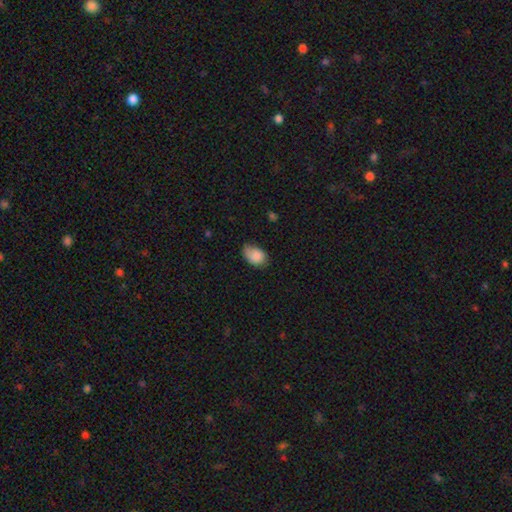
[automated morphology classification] Smooth or featured? smooth (85%)
How rounded? in between (81%)
Merging? none (48%)